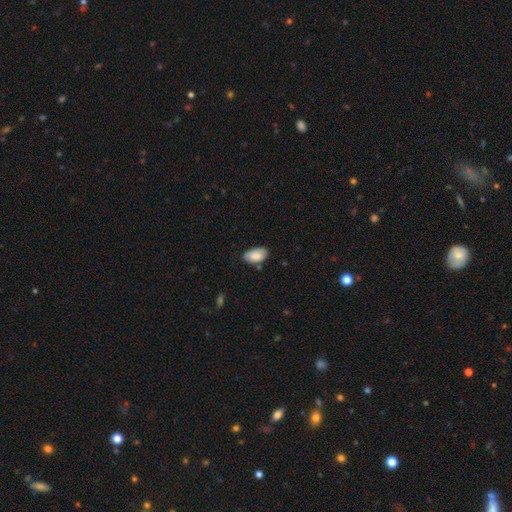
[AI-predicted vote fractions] smooth 85%, featured or disk 8%, star or artifact 7%. Down the decision tree: how rounded — in between (95%); merging — none (75%).